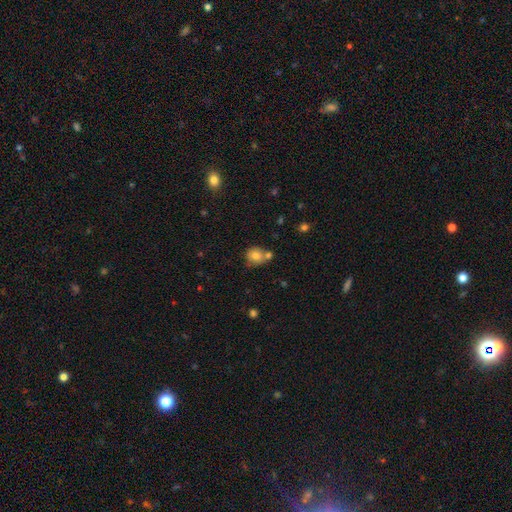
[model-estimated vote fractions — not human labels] This appears to be a smooth galaxy with no disk features (78%) that is round (82%). Merging: none (59%).